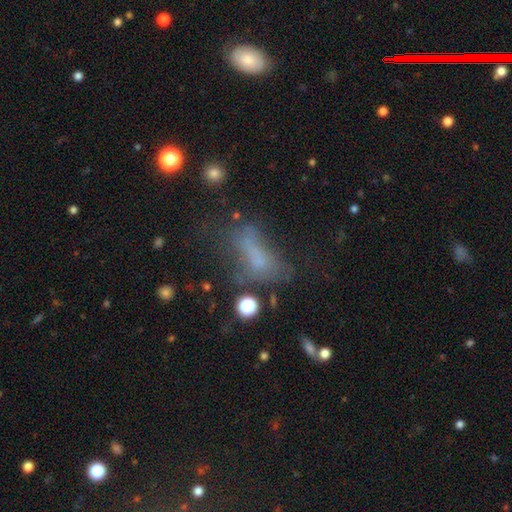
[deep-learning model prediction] Smooth or featured: smooth — 49% (featured or disk — 28%)
Merging: major disturbance — 37% (none — 31%)